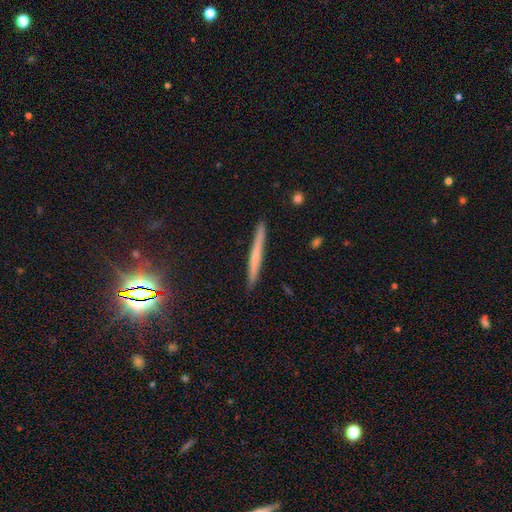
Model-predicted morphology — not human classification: Q: Smooth or featured?
A: smooth (48%); runner-up: featured or disk (43%)
Q: Merging?
A: none (91%); runner-up: minor disturbance (7%)